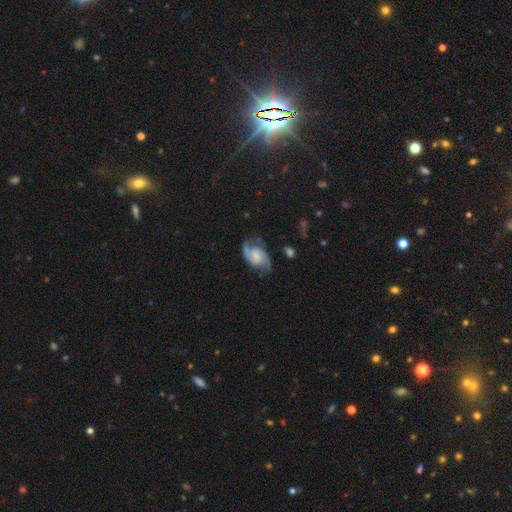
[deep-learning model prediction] A featured or disk galaxy (79%) with no bar (51%), 2 (89%) medium (50%) spiral arms (95%) and no central bulge (29%, tied with small). Merging: none (68%).